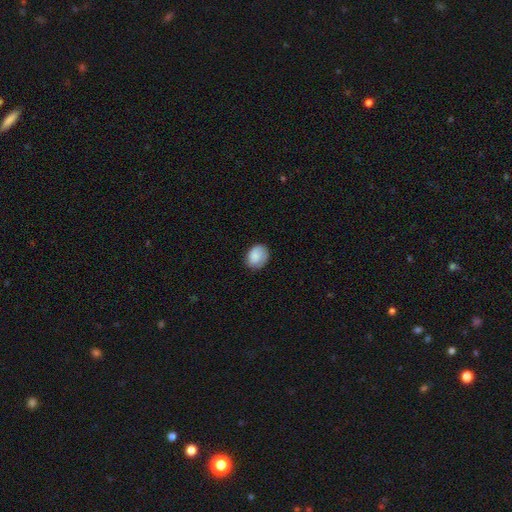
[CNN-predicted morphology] Q: Smooth or featured?
A: smooth (82%); runner-up: featured or disk (12%)
Q: How rounded?
A: in between (58%); runner-up: round (41%)
Q: Merging?
A: none (75%); runner-up: minor disturbance (20%)